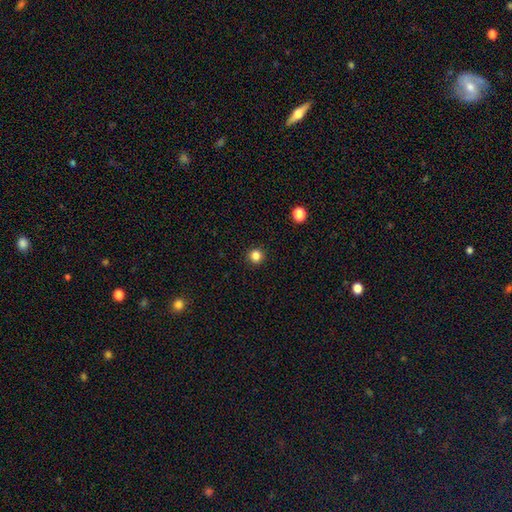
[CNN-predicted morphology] Smooth or featured?
  - smooth: 84% *
  - star or artifact: 13%
  - featured or disk: 3%
How rounded?
  - round: 94% *
  - in between: 5%
  - cigar-shaped: 1%
Merging?
  - none: 93% *
  - minor disturbance: 5%
  - major disturbance: 2%
  - merger: 1%